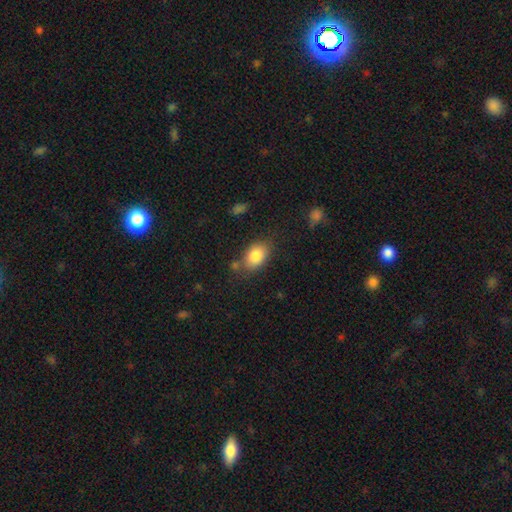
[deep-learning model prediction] Smooth or featured? smooth (84%)
How rounded? in between (85%)
Merging? none (71%)